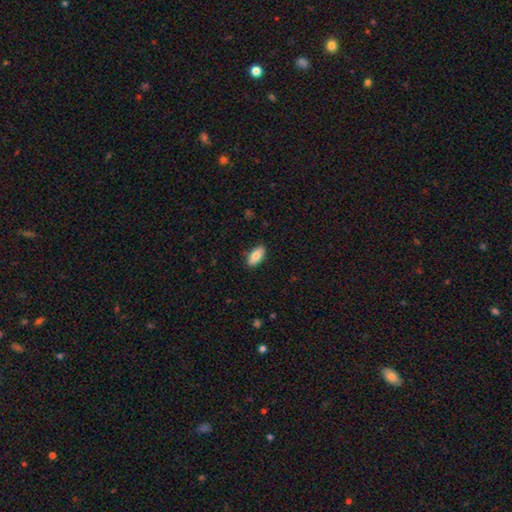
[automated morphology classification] smooth-or-featured: smooth: 80% | featured or disk: 13% | star or artifact: 6%
  how-rounded: in between: 91% | cigar-shaped: 7% | round: 3%
  merging: none: 86% | minor disturbance: 11% | major disturbance: 2% | merger: 1%